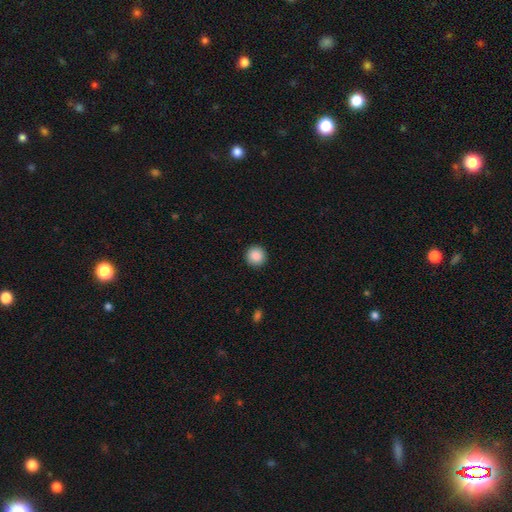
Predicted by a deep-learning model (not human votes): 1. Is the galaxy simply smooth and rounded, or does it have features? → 88% smooth, 8% star or artifact, 3% featured or disk.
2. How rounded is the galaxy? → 95% round, 4% in between, 1% cigar-shaped.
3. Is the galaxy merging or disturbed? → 93% none, 5% minor disturbance, 2% major disturbance, 1% merger.